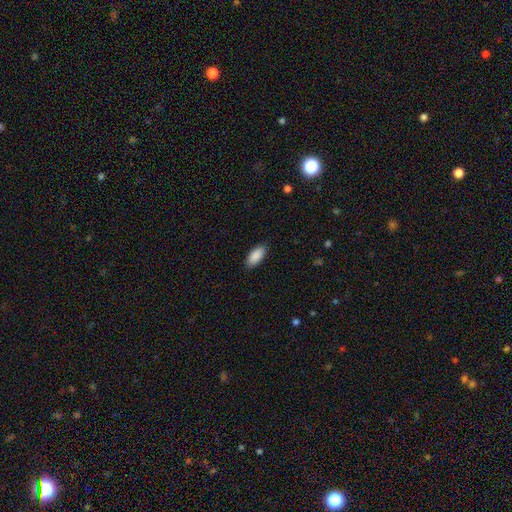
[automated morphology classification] Smooth or featured? smooth (90%)
How rounded? in between (89%)
Merging? none (88%)